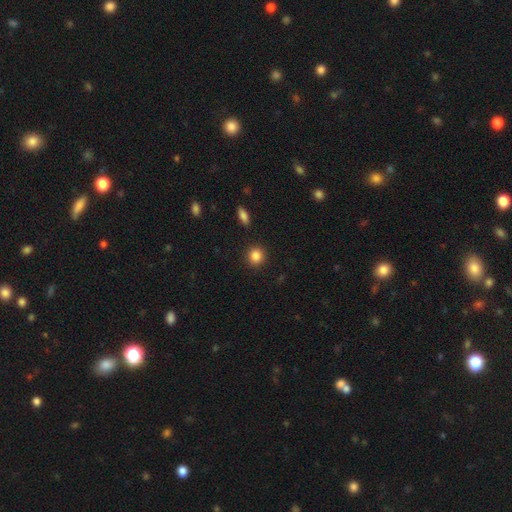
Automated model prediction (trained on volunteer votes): The model was most divided on "how rounded": round: 87%, in between: 12%, cigar-shaped: 1%. More confident: merging — none (91%); smooth or featured — smooth (86%).